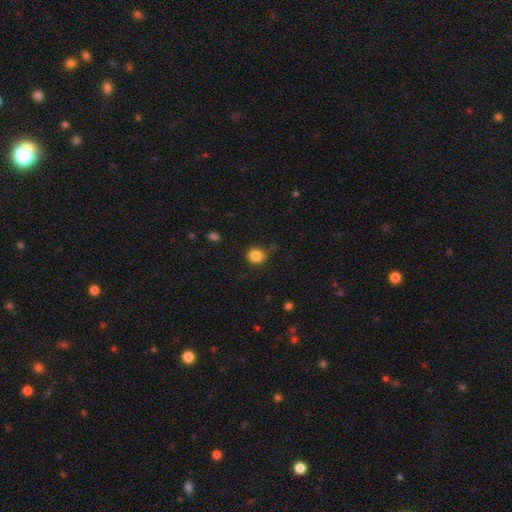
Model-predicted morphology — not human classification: smooth-or-featured: smooth: 85% | star or artifact: 11% | featured or disk: 4%
  how-rounded: round: 89% | in between: 10% | cigar-shaped: 1%
  merging: none: 79% | minor disturbance: 16% | major disturbance: 4% | merger: 2%